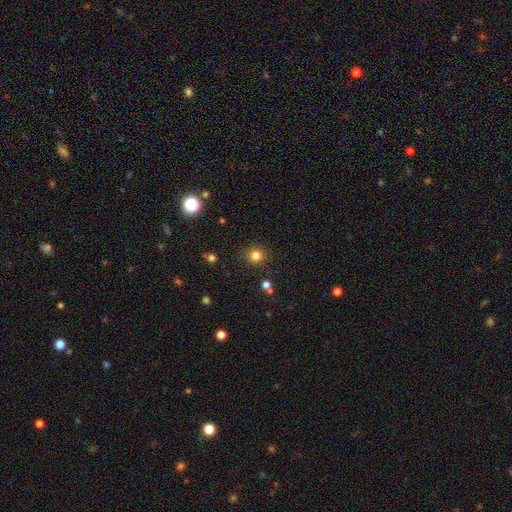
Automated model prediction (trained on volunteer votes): The model was most divided on "smooth or featured": smooth: 80%, star or artifact: 15%, featured or disk: 5%. More confident: how rounded — round (92%); merging — none (89%).